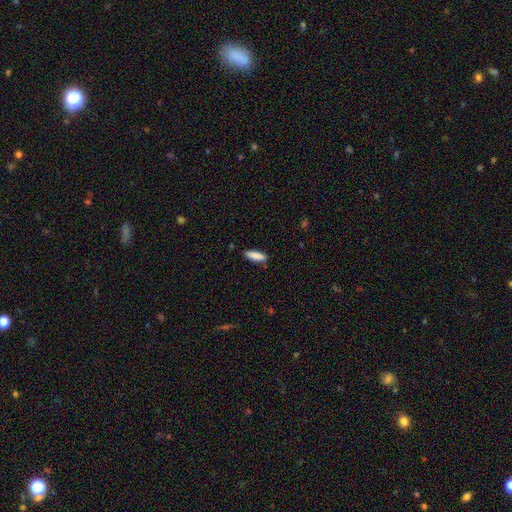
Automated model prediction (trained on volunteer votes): Smooth or featured: smooth — 87% (featured or disk — 7%)
How rounded: cigar-shaped — 55% (in between — 43%)
Merging: none — 86% (minor disturbance — 11%)